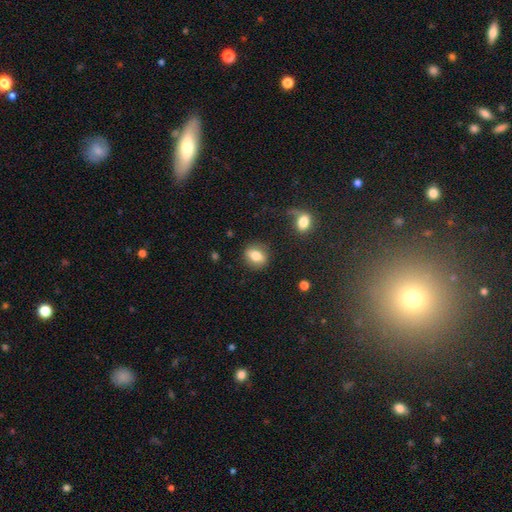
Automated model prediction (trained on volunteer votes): Smooth or featured? Predicted: smooth (p=0.75). How rounded? Predicted: in between (p=0.61). Merging? Predicted: none (p=0.83).